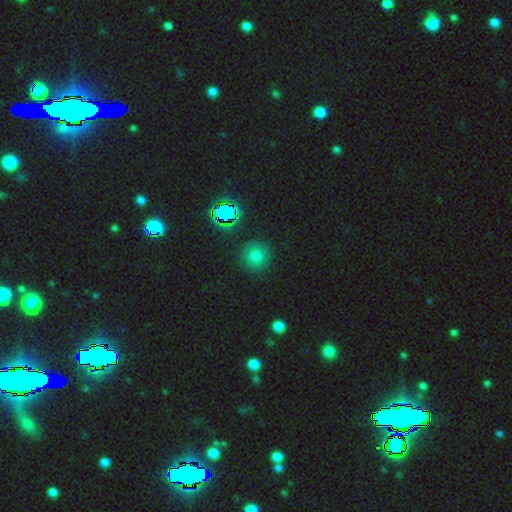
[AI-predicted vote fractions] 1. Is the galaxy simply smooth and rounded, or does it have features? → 70% smooth, 23% star or artifact, 7% featured or disk.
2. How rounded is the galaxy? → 94% round, 4% in between, 1% cigar-shaped.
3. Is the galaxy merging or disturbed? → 90% none, 6% minor disturbance, 2% major disturbance, 2% merger.